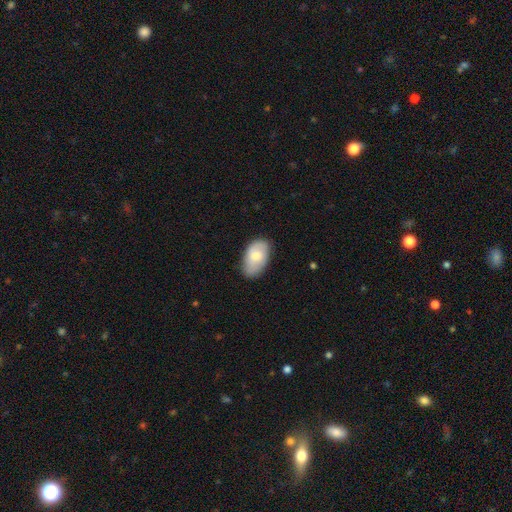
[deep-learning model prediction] smooth 66%, featured or disk 28%, star or artifact 6%. Down the decision tree: how rounded — in between (94%); merging — none (73%).